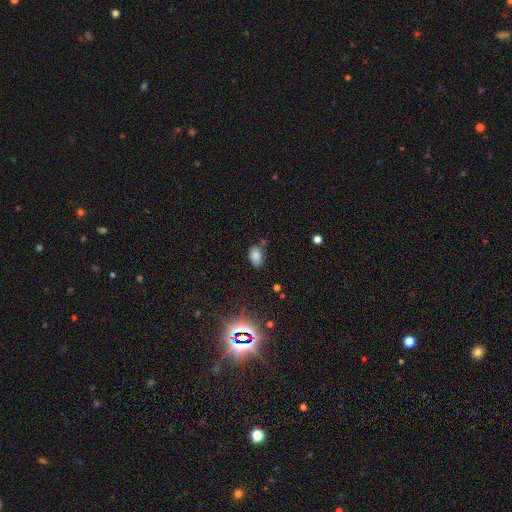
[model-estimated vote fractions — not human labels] Smooth or featured? Predicted: smooth (p=0.78). How rounded? Predicted: in between (p=0.88). Merging? Predicted: none (p=0.64).